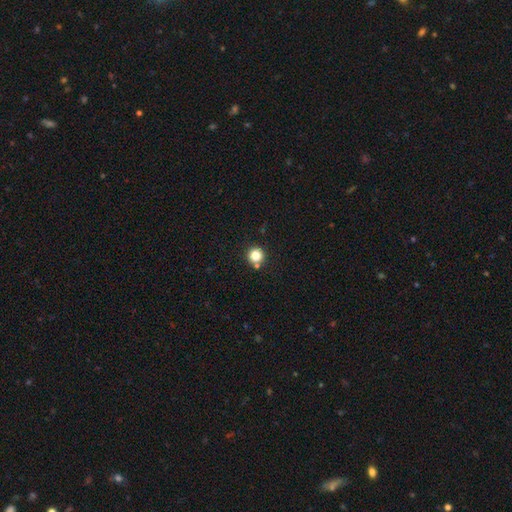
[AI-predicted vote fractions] The model was most divided on "smooth or featured": smooth: 82%, star or artifact: 12%, featured or disk: 6%. More confident: how rounded — round (95%); merging — none (81%).